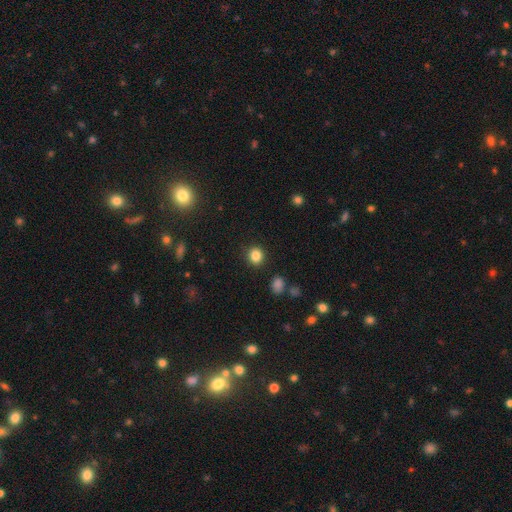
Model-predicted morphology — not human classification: type=smooth (85%); roundness=round (86%); merging=none (90%).